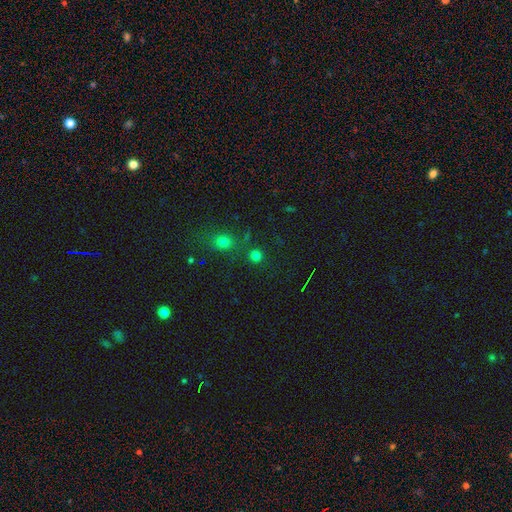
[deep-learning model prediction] A smooth galaxy with no disk features (73%) that is round (92%). Merging: none (81%).